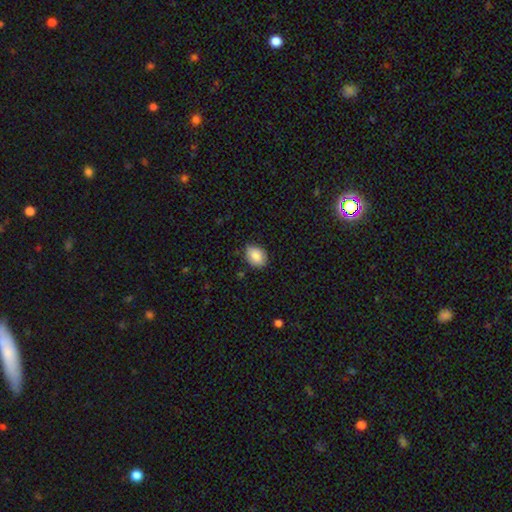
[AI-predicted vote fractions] Q: Smooth or featured?
A: smooth (84%); runner-up: featured or disk (8%)
Q: How rounded?
A: in between (70%); runner-up: round (29%)
Q: Merging?
A: none (77%); runner-up: minor disturbance (19%)